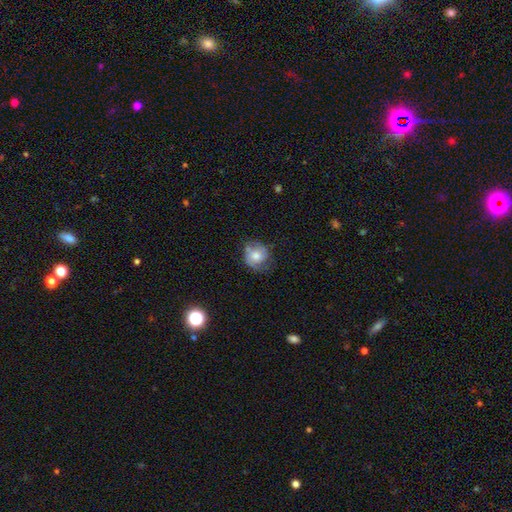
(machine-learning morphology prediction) This is possibly a featured or disk galaxy (47%). Merging: likely none (61%).